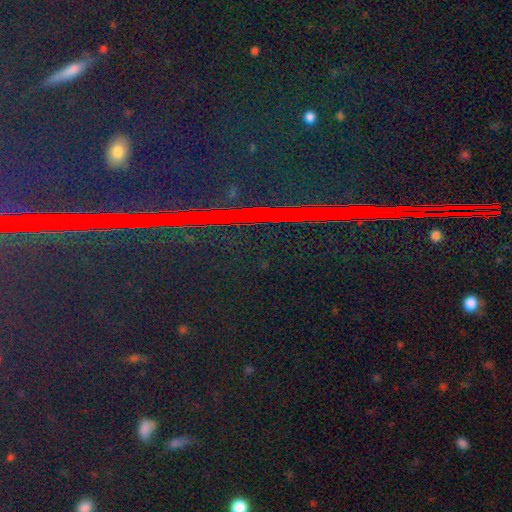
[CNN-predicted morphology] smooth-or-featured: star or artifact: 87% | featured or disk: 7% | smooth: 6%